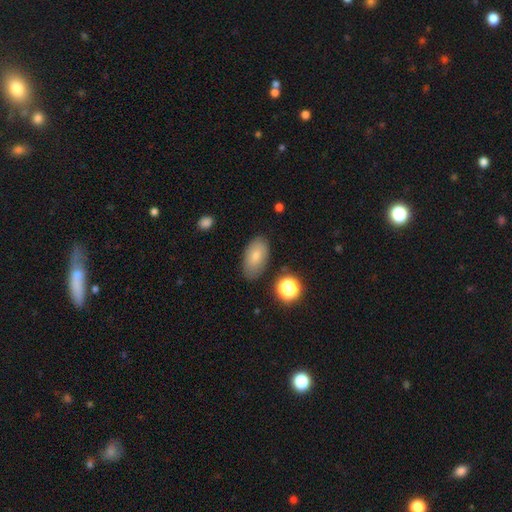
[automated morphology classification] smooth-or-featured: smooth: 77% | featured or disk: 14% | star or artifact: 9%
  how-rounded: in between: 92% | round: 5% | cigar-shaped: 2%
  merging: none: 79% | minor disturbance: 15% | major disturbance: 4% | merger: 2%